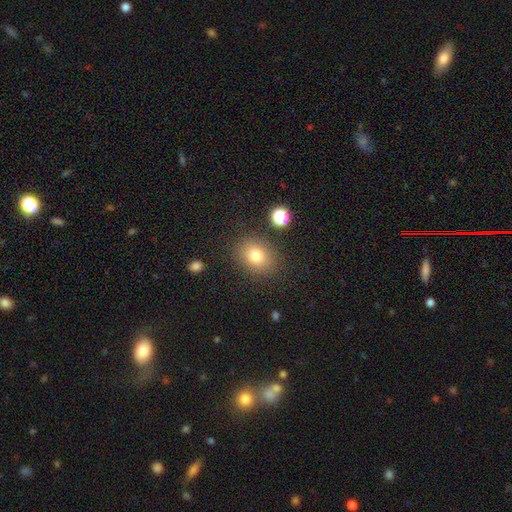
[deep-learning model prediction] The model was most divided on "how rounded": round: 55%, in between: 44%, cigar-shaped: 1%. More confident: merging — none (83%); smooth or featured — smooth (79%).